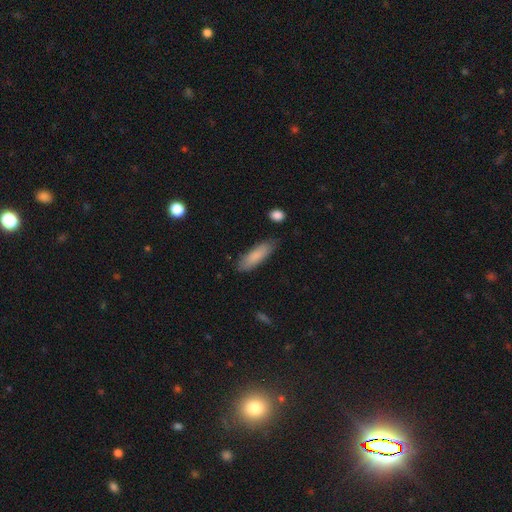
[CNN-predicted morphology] Smooth or featured? smooth (84%)
How rounded? cigar-shaped (54%)
Merging? none (80%)